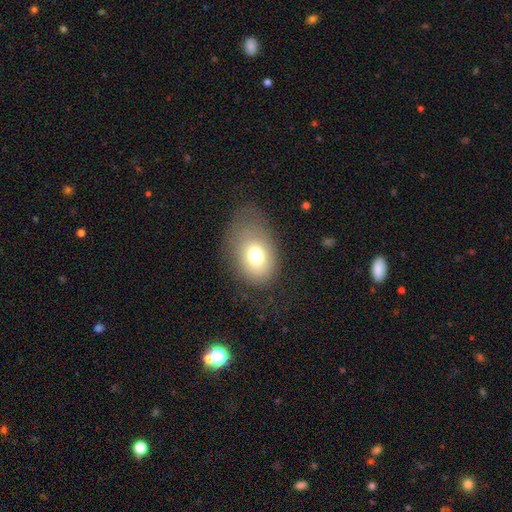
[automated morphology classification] smooth_or_featured: smooth (p=0.72) [alt: featured or disk p=0.17]
how_rounded: in between (p=0.73) [alt: round p=0.26]
merging: none (p=0.57) [alt: minor disturbance p=0.24]